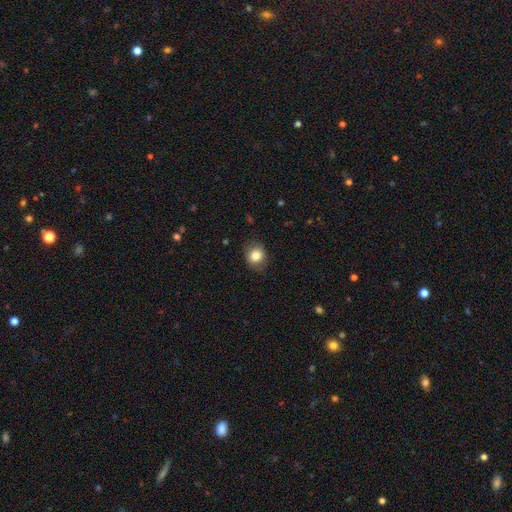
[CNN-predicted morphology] The model was most divided on "how rounded": round: 69%, in between: 30%, cigar-shaped: 1%. More confident: smooth or featured — smooth (82%); merging — none (77%).